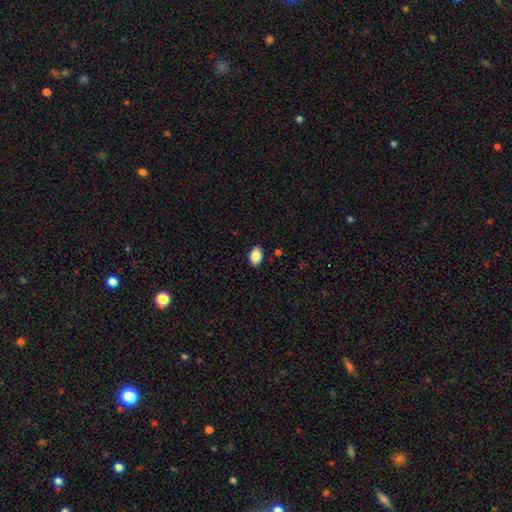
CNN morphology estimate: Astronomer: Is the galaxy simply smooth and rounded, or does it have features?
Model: smooth — 88%.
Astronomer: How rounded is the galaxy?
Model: in between — 90%.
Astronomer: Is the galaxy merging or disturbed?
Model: none — 88%.